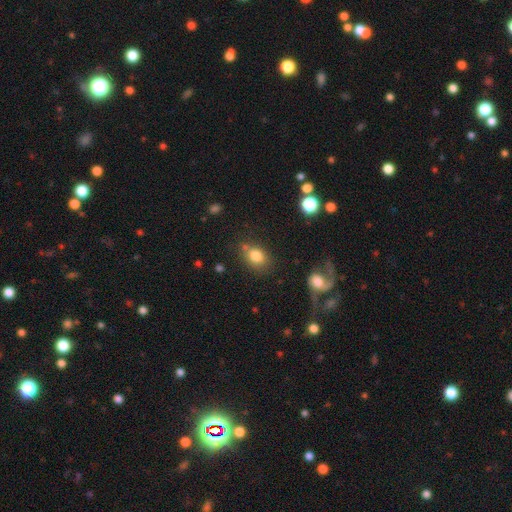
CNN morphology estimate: The model was most divided on "how rounded": in between: 62%, round: 37%, cigar-shaped: 1%. More confident: smooth or featured — smooth (81%); merging — none (65%).